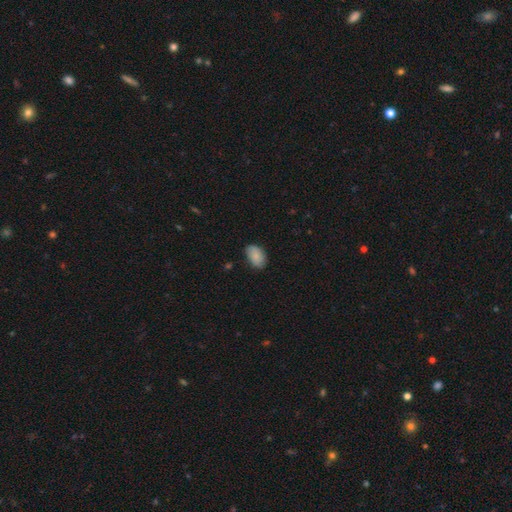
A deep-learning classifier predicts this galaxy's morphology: Smooth or featured: smooth — 84% (featured or disk — 10%)
How rounded: in between — 91% (round — 8%)
Merging: none — 77% (minor disturbance — 19%)